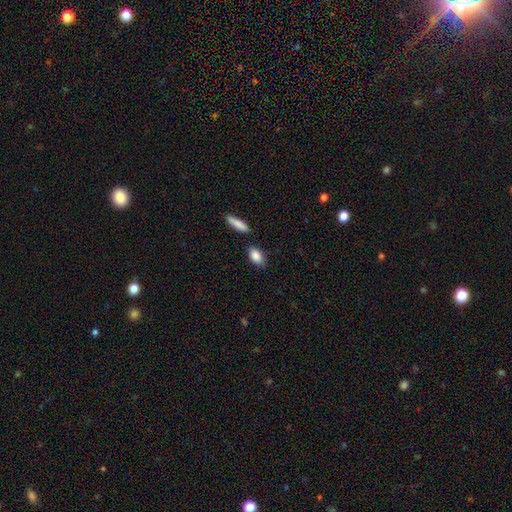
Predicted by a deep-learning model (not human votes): A smooth galaxy with no disk features (87%) that is in between round and cigar-shaped (88%). Merging: none (78%).